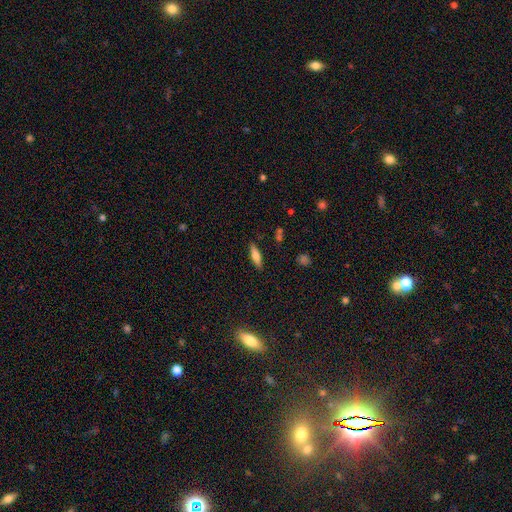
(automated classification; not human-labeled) smooth 67%, featured or disk 25%, star or artifact 8%. Down the decision tree: how rounded — cigar-shaped (51%); merging — none (87%).